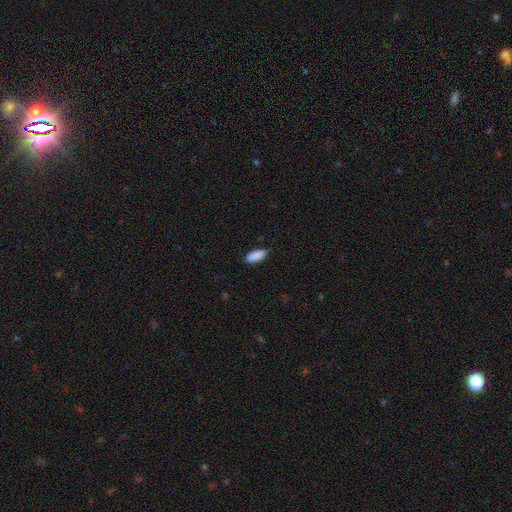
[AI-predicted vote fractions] smooth_or_featured: smooth (p=0.90) [alt: star or artifact p=0.06]
how_rounded: in between (p=0.81) [alt: cigar-shaped p=0.17]
merging: none (p=0.83) [alt: minor disturbance p=0.14]